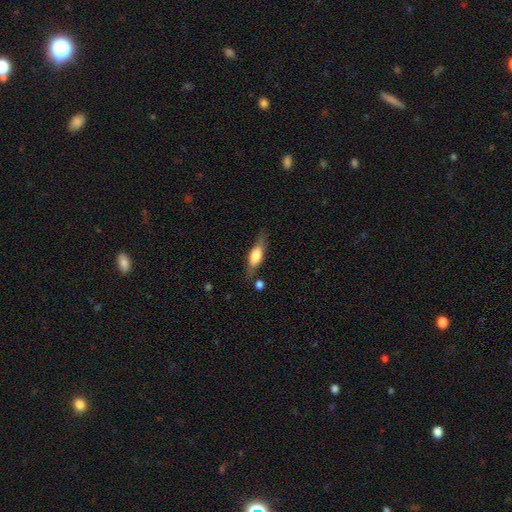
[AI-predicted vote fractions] Morphology: type=smooth (51%); roundness=in between (49%); merging=none (71%).